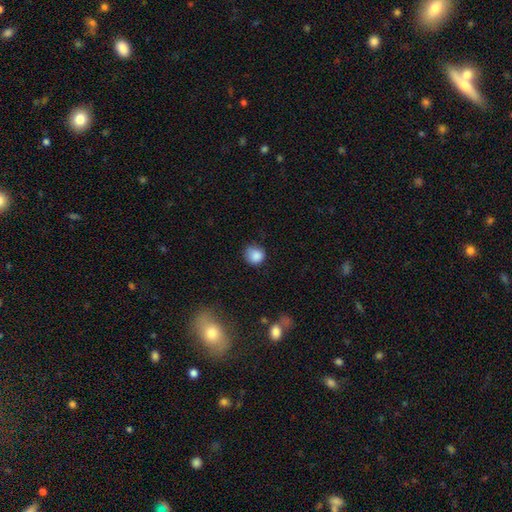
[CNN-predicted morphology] Smooth or featured?
  - smooth: 85% *
  - star or artifact: 10%
  - featured or disk: 5%
How rounded?
  - round: 83% *
  - in between: 16%
  - cigar-shaped: 1%
Merging?
  - none: 64% *
  - minor disturbance: 27%
  - major disturbance: 7%
  - merger: 2%